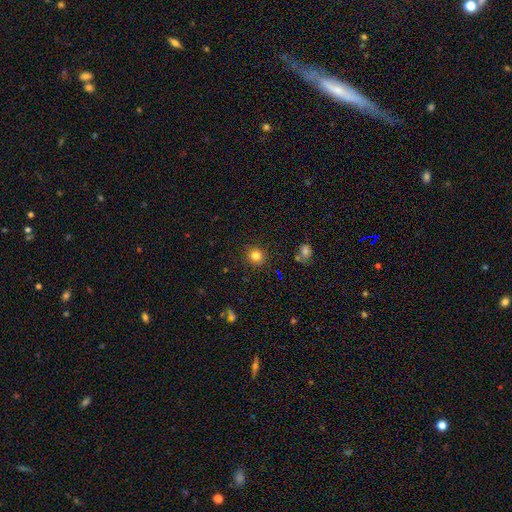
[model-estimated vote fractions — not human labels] A smooth galaxy with no disk features (81%) that is round (89%).

Vote fractions:
- Smooth or featured? smooth: 81% / star or artifact: 13% / featured or disk: 5%
- How rounded? round: 89% / in between: 10% / cigar-shaped: 1%
- Merging? none: 89% / minor disturbance: 7% / major disturbance: 2% / merger: 2%